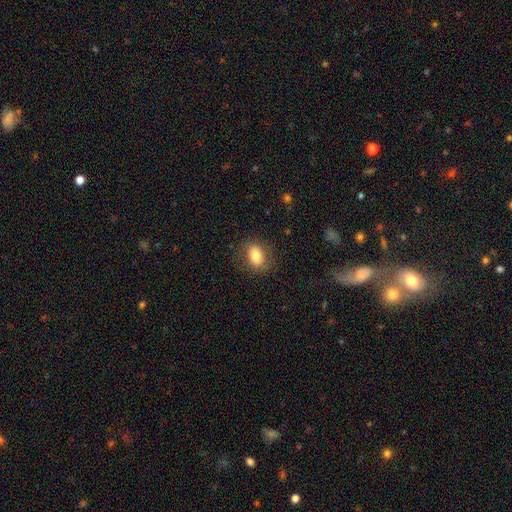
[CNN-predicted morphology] Q: Smooth or featured?
A: smooth (78%); runner-up: featured or disk (14%)
Q: How rounded?
A: in between (76%); runner-up: round (22%)
Q: Merging?
A: none (81%); runner-up: minor disturbance (13%)